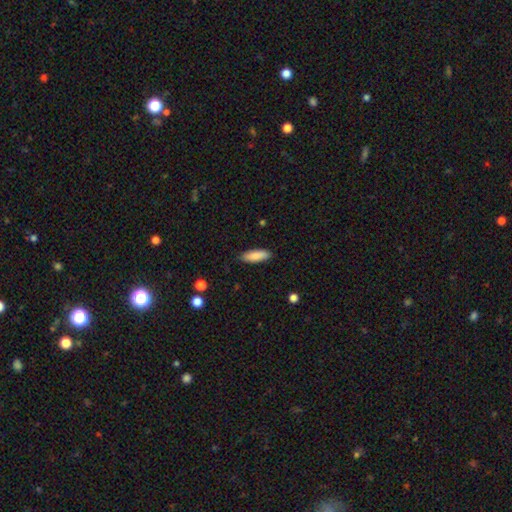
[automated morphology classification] This appears to be a smooth galaxy with no disk features (85%) that is in between round and cigar-shaped (62%). Merging: none (87%).